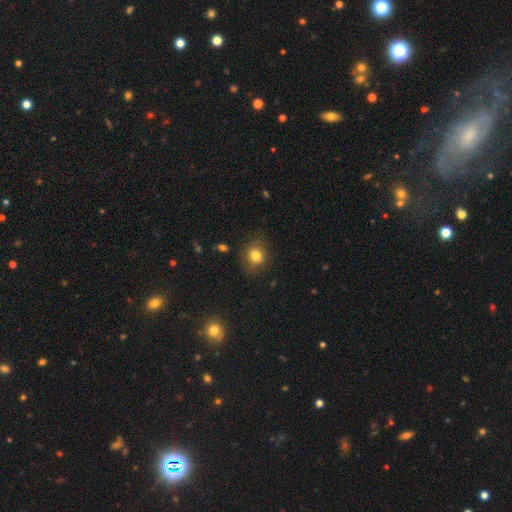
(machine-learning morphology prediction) type=smooth (80%); roundness=round (81%); merging=none (82%).